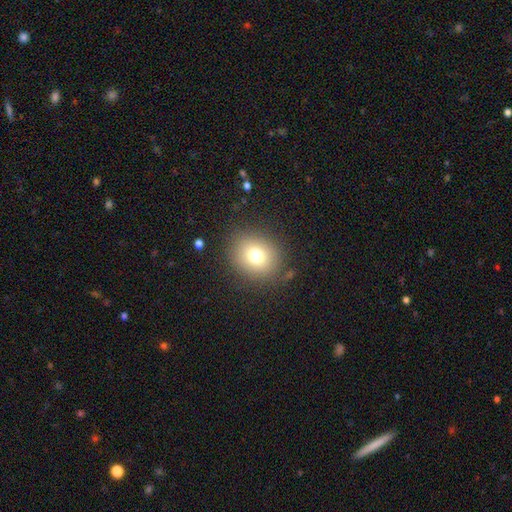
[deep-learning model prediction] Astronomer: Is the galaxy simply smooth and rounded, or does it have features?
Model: smooth — 75%.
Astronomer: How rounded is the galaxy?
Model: round — 72%.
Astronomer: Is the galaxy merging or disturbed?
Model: none — 85%.